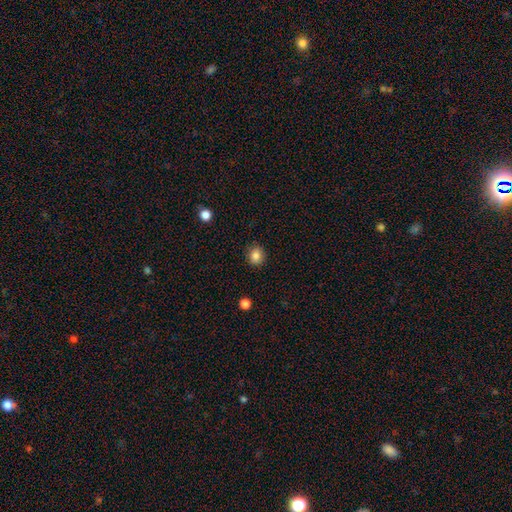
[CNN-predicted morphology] A smooth galaxy with no disk features (85%) that is round (80%).

Vote fractions:
- Smooth or featured? smooth: 85% / star or artifact: 10% / featured or disk: 5%
- How rounded? round: 80% / in between: 19% / cigar-shaped: 1%
- Merging? none: 90% / minor disturbance: 7% / major disturbance: 2% / merger: 1%